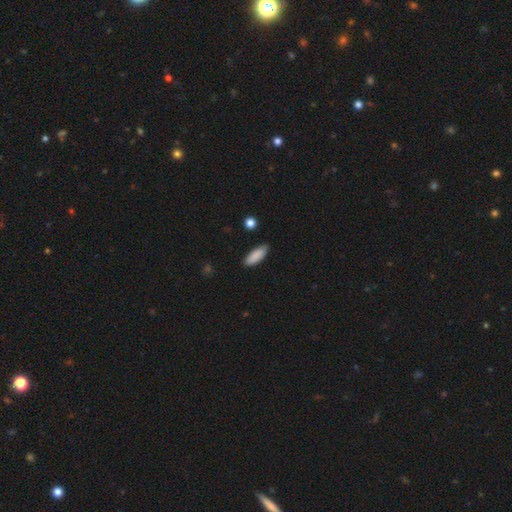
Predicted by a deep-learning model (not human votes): Q: Smooth or featured?
A: smooth (88%); runner-up: star or artifact (6%)
Q: How rounded?
A: in between (72%); runner-up: cigar-shaped (26%)
Q: Merging?
A: none (83%); runner-up: minor disturbance (13%)